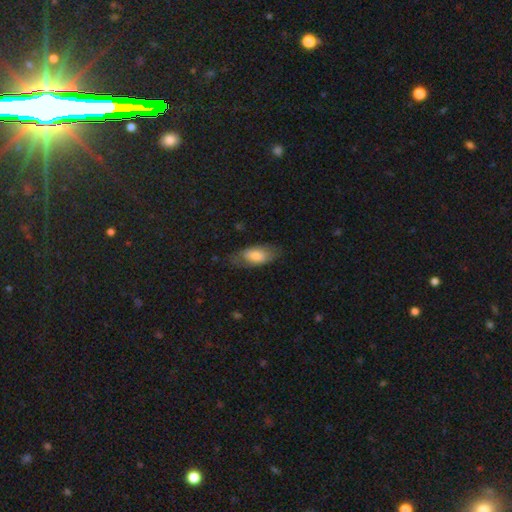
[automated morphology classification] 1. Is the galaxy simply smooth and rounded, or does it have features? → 73% smooth, 21% featured or disk, 6% star or artifact.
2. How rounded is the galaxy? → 87% in between, 11% cigar-shaped, 3% round.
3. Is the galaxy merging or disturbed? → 68% none, 22% minor disturbance, 9% major disturbance, 1% merger.